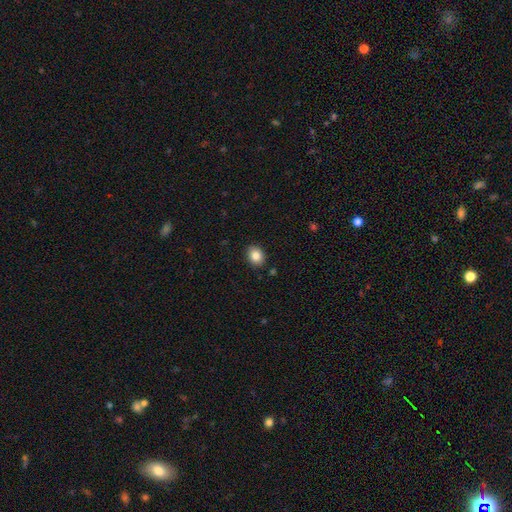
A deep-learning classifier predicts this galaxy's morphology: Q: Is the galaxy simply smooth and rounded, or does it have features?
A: smooth — 85%.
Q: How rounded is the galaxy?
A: in between — 52%.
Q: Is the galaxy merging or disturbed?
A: none — 89%.